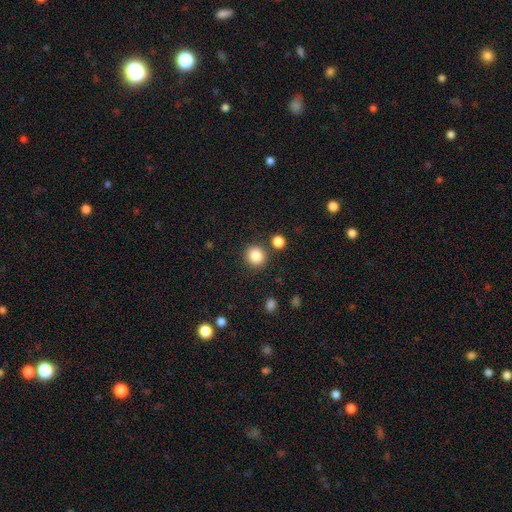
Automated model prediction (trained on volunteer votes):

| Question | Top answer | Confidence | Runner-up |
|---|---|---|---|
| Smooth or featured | smooth | 86% | star or artifact (10%) |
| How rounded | round | 90% | in between (9%) |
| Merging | none | 85% | minor disturbance (7%) |